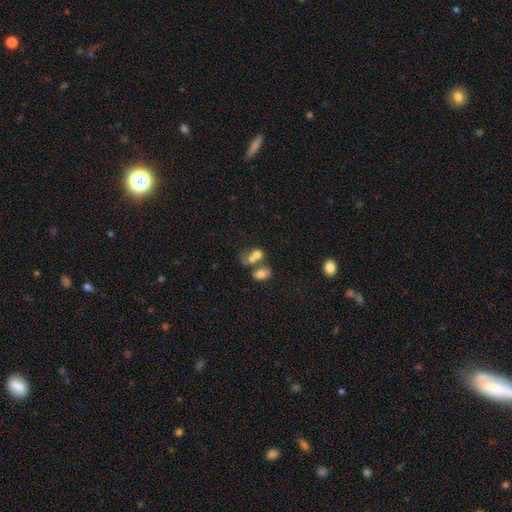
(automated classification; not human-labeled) The model was most divided on "how rounded": in between: 60%, round: 38%, cigar-shaped: 1%. More confident: smooth or featured — smooth (67%); merging — merger (63%).